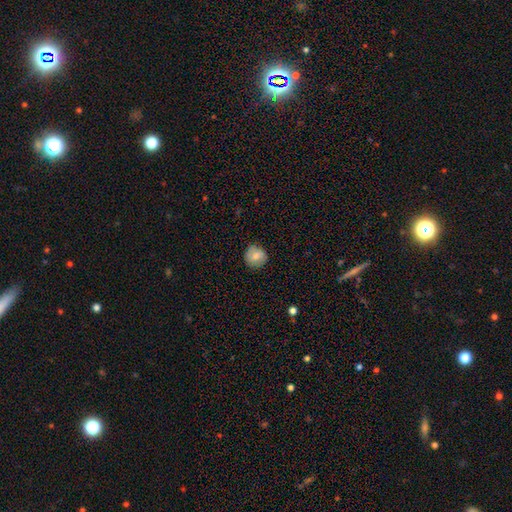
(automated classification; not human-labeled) Overall: smooth (76%). How rounded: round (91%). Merging: none (81%).